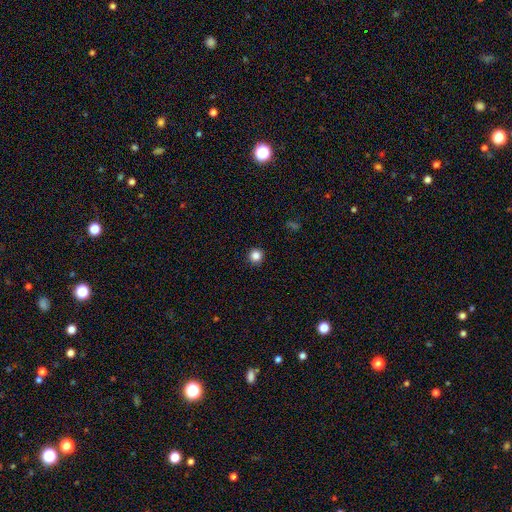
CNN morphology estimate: Overall: smooth (85%). How rounded: round (95%). Merging: none (93%).